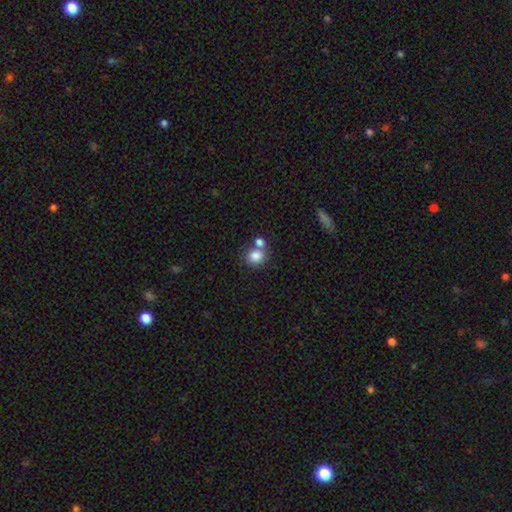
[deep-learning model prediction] A smooth galaxy with no disk features (83%) that is round (79%).

Vote fractions:
- Smooth or featured? smooth: 83% / star or artifact: 10% / featured or disk: 7%
- How rounded? round: 79% / in between: 20% / cigar-shaped: 1%
- Merging? none: 54% / merger: 34% / minor disturbance: 9% / major disturbance: 4%